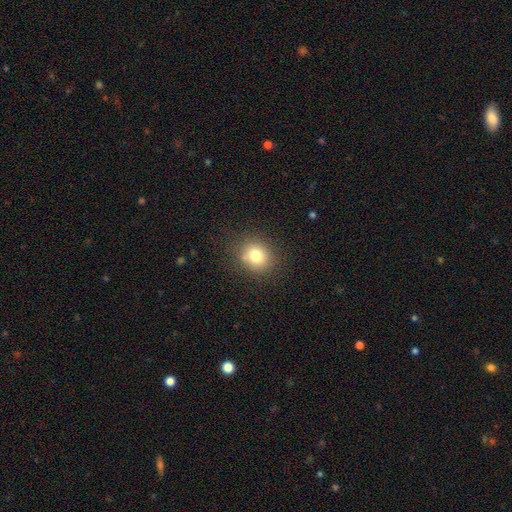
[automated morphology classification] type=smooth (78%); roundness=round (78%); merging=none (83%).